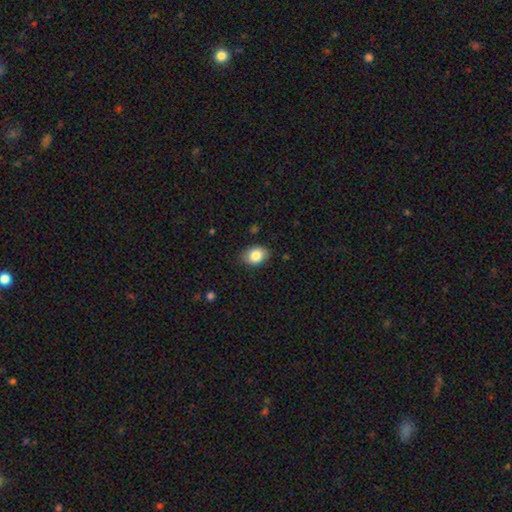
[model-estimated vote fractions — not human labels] Smooth or featured?
  - smooth: 84% *
  - star or artifact: 8%
  - featured or disk: 8%
How rounded?
  - in between: 69% *
  - round: 30%
  - cigar-shaped: 1%
Merging?
  - none: 84% *
  - minor disturbance: 13%
  - major disturbance: 2%
  - merger: 1%